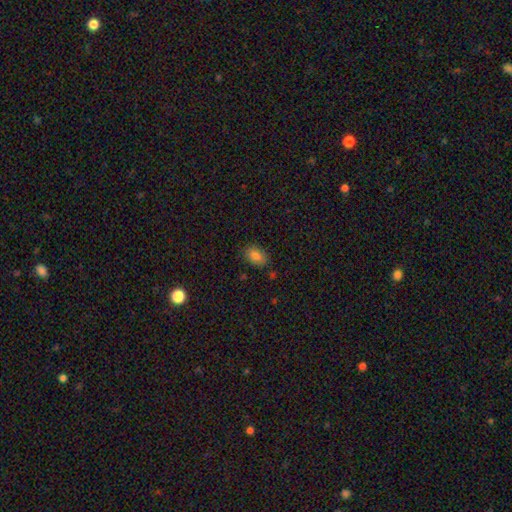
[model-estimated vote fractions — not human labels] smooth_or_featured: smooth (p=0.83) [alt: star or artifact p=0.10]
how_rounded: in between (p=0.85) [alt: round p=0.13]
merging: none (p=0.84) [alt: minor disturbance p=0.12]